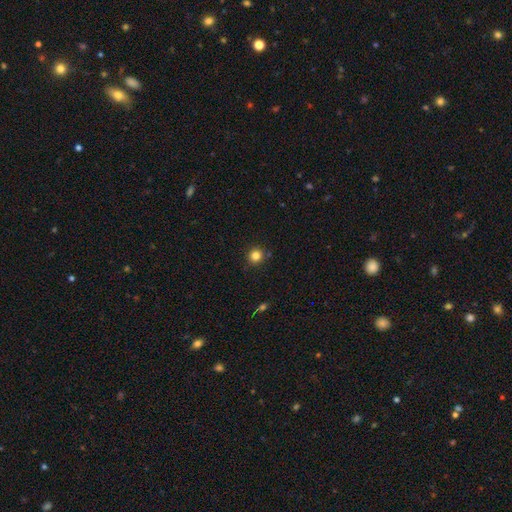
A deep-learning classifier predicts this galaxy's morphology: Smooth or featured? smooth (82%)
How rounded? round (94%)
Merging? none (89%)